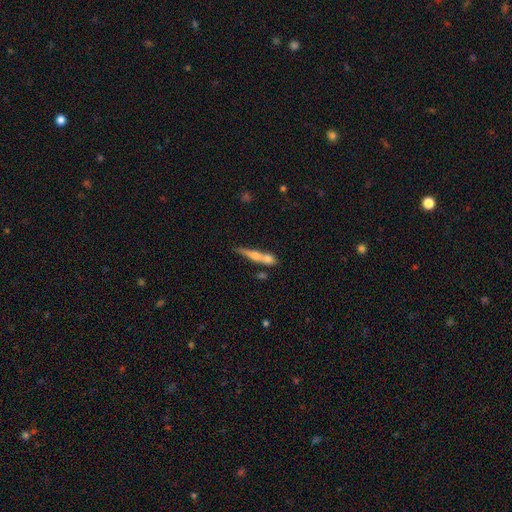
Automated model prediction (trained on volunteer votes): Morphology: type=featured or disk (46%, tied with smooth); merging=none (45%).